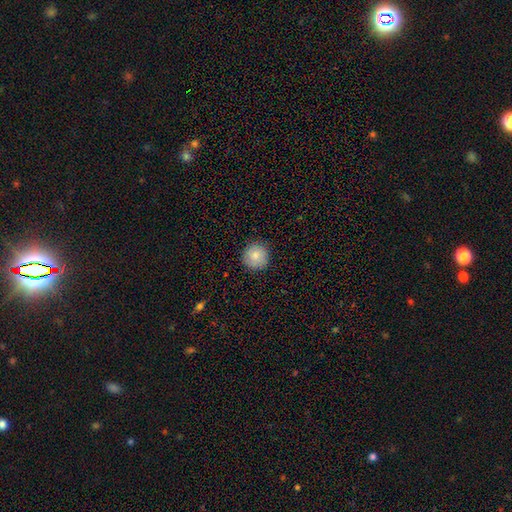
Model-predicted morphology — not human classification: This is clearly a smooth galaxy (84%). How rounded: clearly round (95%). Merging: clearly none (89%).